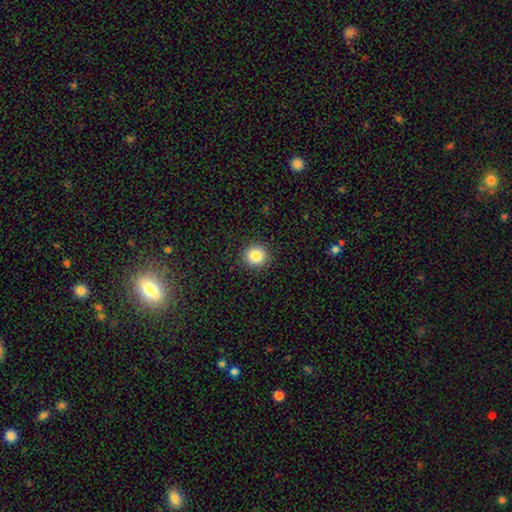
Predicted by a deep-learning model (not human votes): This appears to be a smooth galaxy with no disk features (85%) that is round (87%). Merging: none (91%).